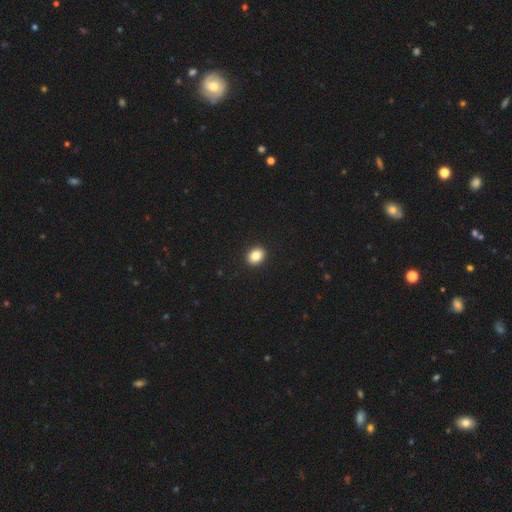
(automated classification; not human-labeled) smooth_or_featured: smooth (p=0.86) [alt: star or artifact p=0.09]
how_rounded: in between (p=0.51) [alt: round p=0.48]
merging: none (p=0.92) [alt: minor disturbance p=0.05]